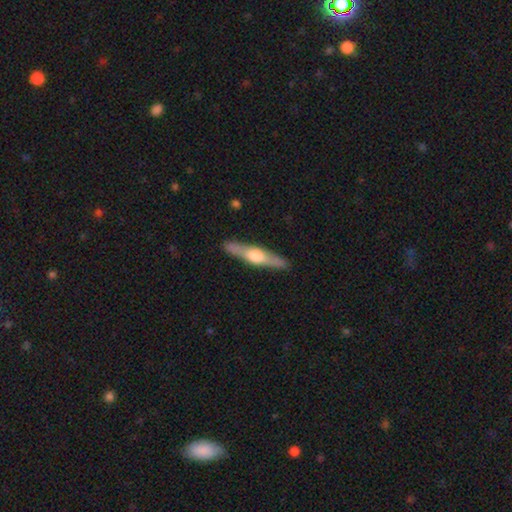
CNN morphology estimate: This is likely a featured or disk galaxy (63%). It is clearly viewed edge-on (95%). Edge-on bulge: clearly rounded (93%). Merging: clearly none (90%).